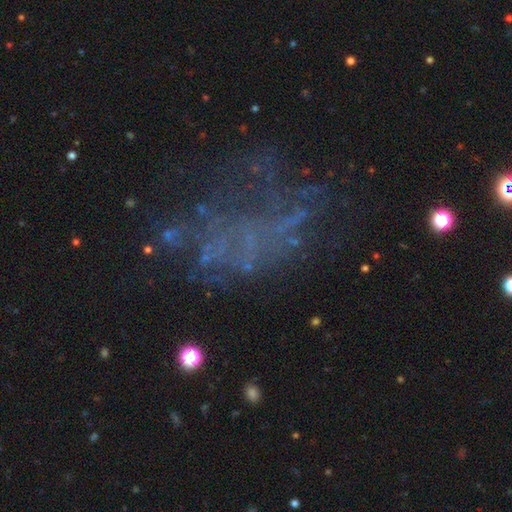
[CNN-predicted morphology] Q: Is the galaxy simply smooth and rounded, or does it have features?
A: featured or disk — 45%.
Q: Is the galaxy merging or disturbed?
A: none — 48%.